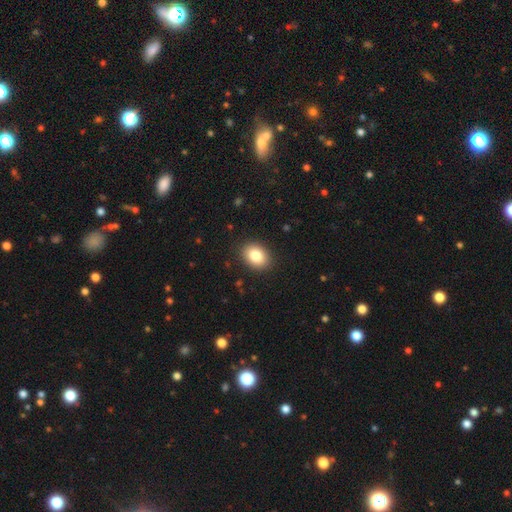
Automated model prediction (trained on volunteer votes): Q: Smooth or featured?
A: smooth (83%); runner-up: star or artifact (9%)
Q: How rounded?
A: in between (68%); runner-up: round (32%)
Q: Merging?
A: none (89%); runner-up: minor disturbance (7%)